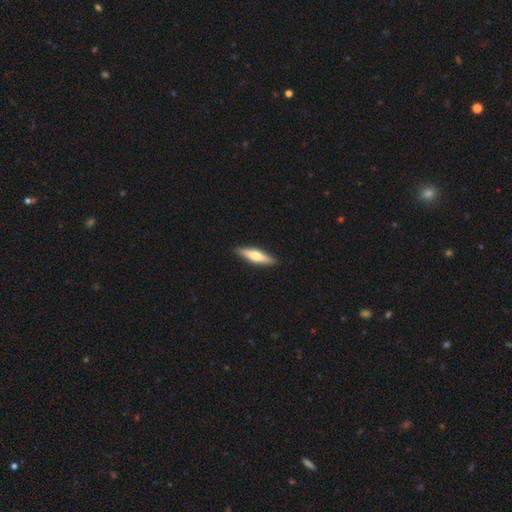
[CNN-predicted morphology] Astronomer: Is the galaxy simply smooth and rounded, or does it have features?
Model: featured or disk — 49% (runner-up: smooth, 46%).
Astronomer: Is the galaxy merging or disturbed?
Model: none — 91%.